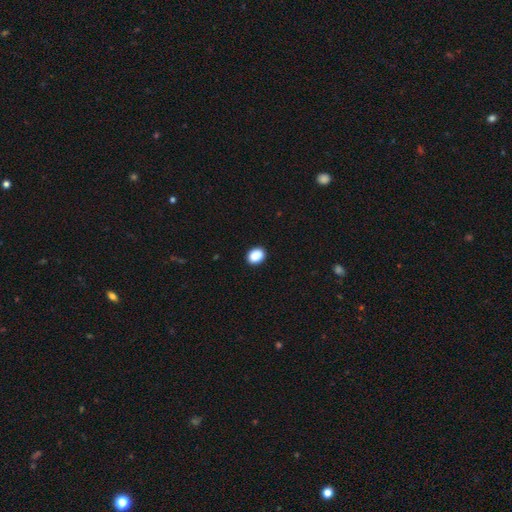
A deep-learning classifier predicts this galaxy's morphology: Q: Smooth or featured?
A: smooth (90%); runner-up: star or artifact (8%)
Q: How rounded?
A: in between (62%); runner-up: round (37%)
Q: Merging?
A: none (91%); runner-up: minor disturbance (7%)